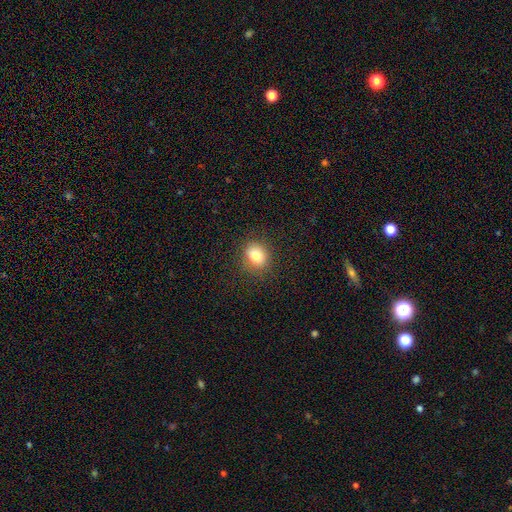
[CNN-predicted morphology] This appears to be a smooth galaxy with no disk features (82%) that is round (59%). Merging: none (86%).